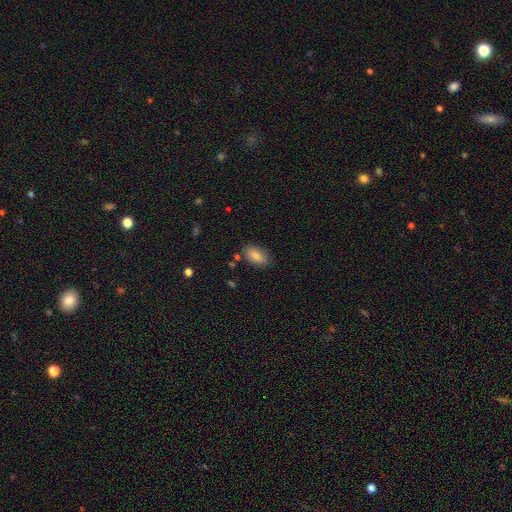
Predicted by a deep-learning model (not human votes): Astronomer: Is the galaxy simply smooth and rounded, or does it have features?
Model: smooth — 83%.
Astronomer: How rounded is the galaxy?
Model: in between — 91%.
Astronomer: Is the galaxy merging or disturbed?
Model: none — 82%.